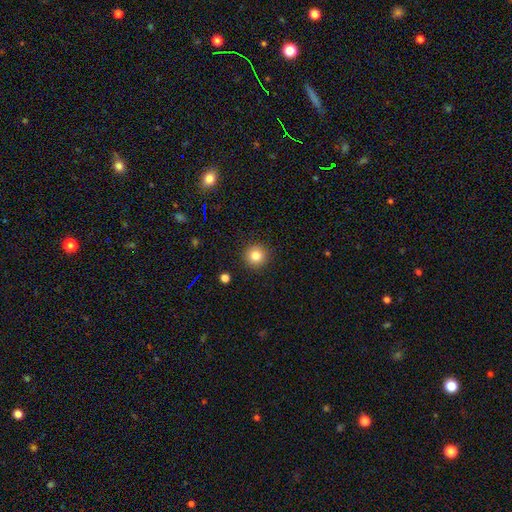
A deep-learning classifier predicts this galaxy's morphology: Q: Smooth or featured?
A: smooth (82%); runner-up: star or artifact (12%)
Q: How rounded?
A: round (95%); runner-up: in between (4%)
Q: Merging?
A: none (92%); runner-up: minor disturbance (5%)